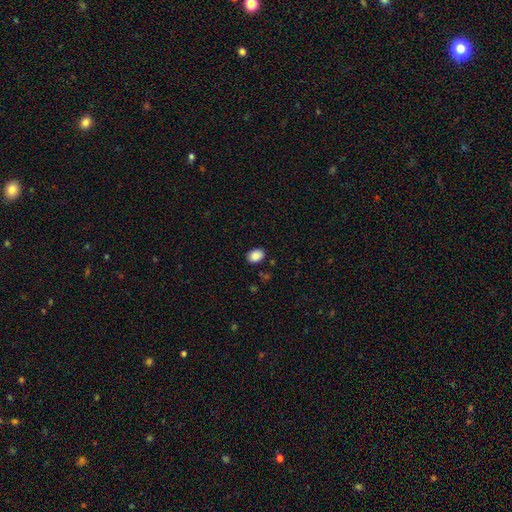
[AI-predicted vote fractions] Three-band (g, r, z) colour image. It shows a smooth galaxy with no disk features (88%) that is in between round and cigar-shaped (70%). Merging: none (87%).